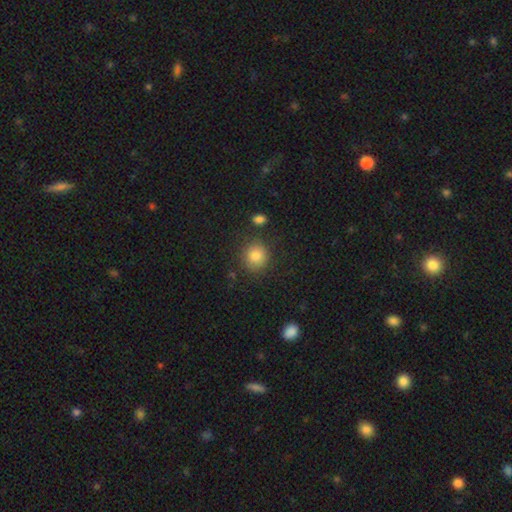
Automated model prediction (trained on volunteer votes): This is clearly a smooth galaxy (83%). How rounded: clearly round (88%). Merging: clearly none (84%).